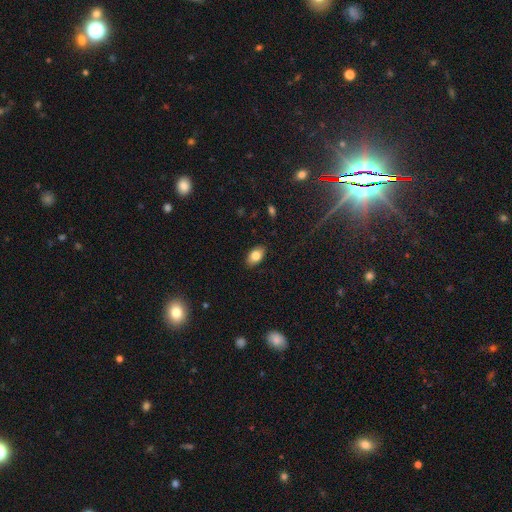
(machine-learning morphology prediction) This is clearly a smooth galaxy (80%). How rounded: clearly in between (91%). Merging: clearly none (88%).